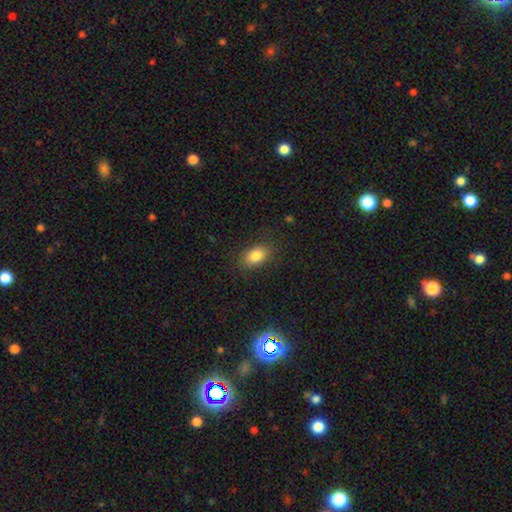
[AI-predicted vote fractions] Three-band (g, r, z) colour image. It shows a smooth galaxy with no disk features (84%) that is in between round and cigar-shaped (87%). Merging: none (83%).